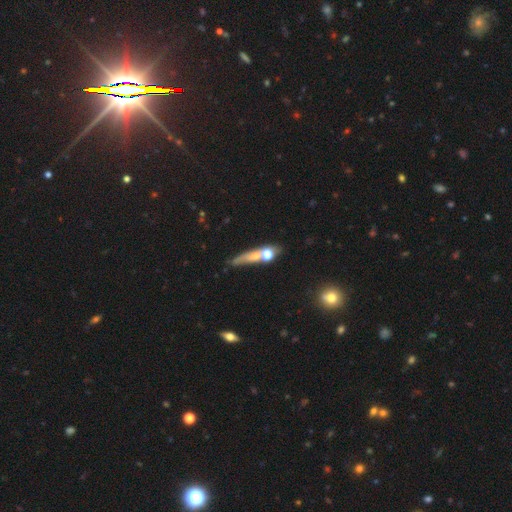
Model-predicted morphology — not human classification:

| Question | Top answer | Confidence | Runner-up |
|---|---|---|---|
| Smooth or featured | smooth | 48% | featured or disk (38%) |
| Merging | none | 50% | merger (23%) |